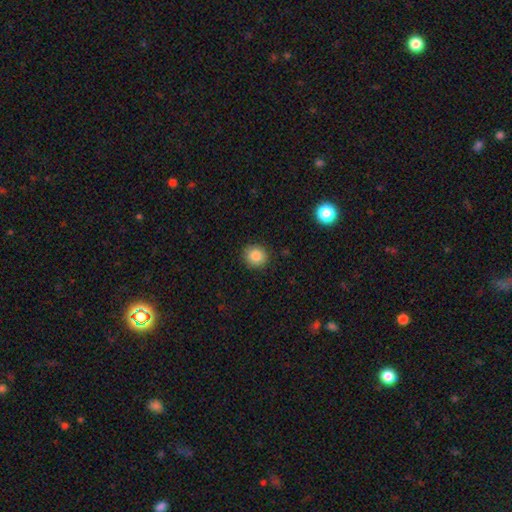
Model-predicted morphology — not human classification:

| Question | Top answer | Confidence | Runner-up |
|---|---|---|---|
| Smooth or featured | smooth | 86% | star or artifact (9%) |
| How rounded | round | 86% | in between (13%) |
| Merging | none | 91% | minor disturbance (6%) |